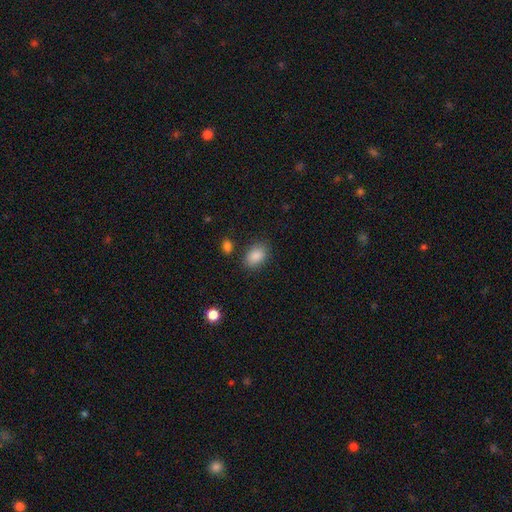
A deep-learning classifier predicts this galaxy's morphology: smooth_or_featured: smooth (p=0.88) [alt: star or artifact p=0.08]
how_rounded: in between (p=0.86) [alt: round p=0.13]
merging: none (p=0.82) [alt: minor disturbance p=0.12]